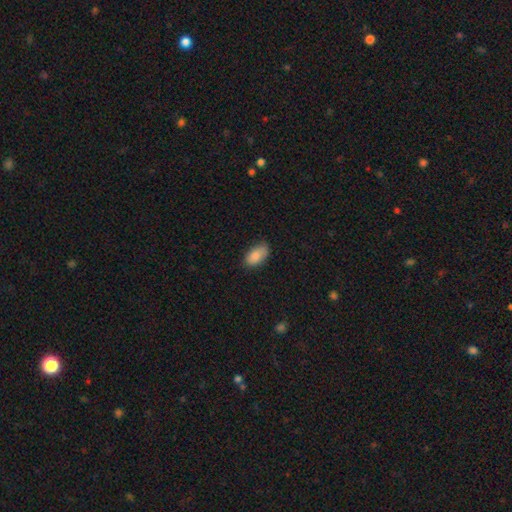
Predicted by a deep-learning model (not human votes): The model was most divided on "merging": none: 72%, minor disturbance: 23%, major disturbance: 4%, merger: 1%. More confident: how rounded — in between (93%); smooth or featured — smooth (85%).